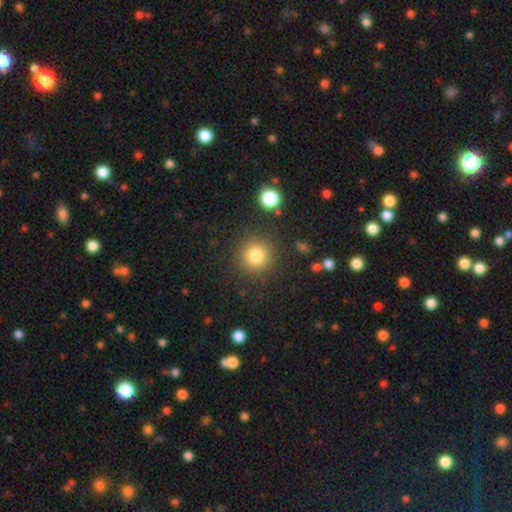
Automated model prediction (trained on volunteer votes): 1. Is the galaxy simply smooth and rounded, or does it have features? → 80% smooth, 12% star or artifact, 7% featured or disk.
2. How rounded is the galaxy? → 94% round, 5% in between, 1% cigar-shaped.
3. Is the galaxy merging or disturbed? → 87% none, 7% minor disturbance, 3% major disturbance, 3% merger.